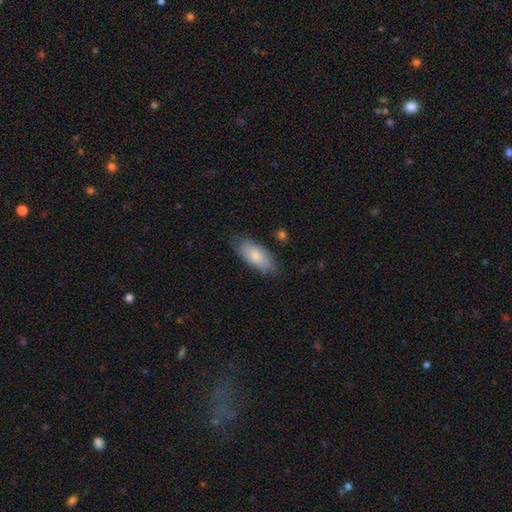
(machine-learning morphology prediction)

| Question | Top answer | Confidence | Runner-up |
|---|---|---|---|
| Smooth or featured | smooth | 80% | featured or disk (14%) |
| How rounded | in between | 85% | cigar-shaped (13%) |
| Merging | none | 77% | minor disturbance (17%) |